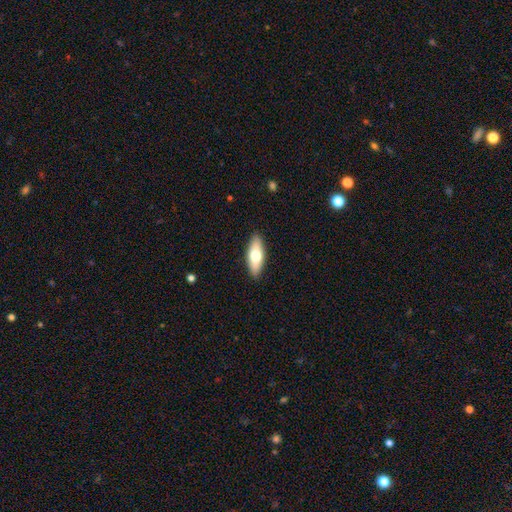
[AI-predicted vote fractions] A smooth galaxy with no disk features (65%) that is in between round and cigar-shaped (68%).

Vote fractions:
- Smooth or featured? smooth: 65% / featured or disk: 30% / star or artifact: 6%
- How rounded? in between: 68% / cigar-shaped: 30% / round: 3%
- Merging? none: 90% / minor disturbance: 8% / major disturbance: 2% / merger: 1%